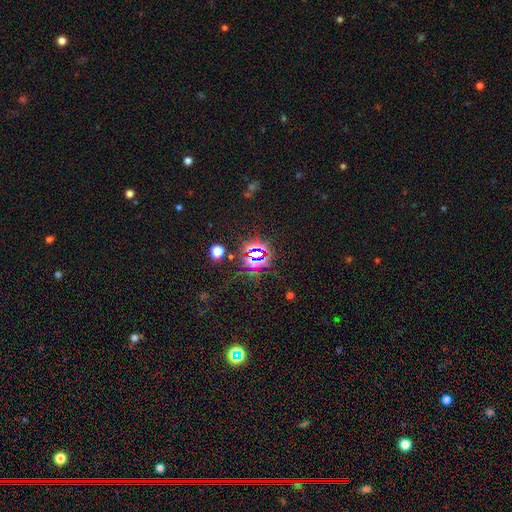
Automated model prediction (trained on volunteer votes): Smooth or featured: star or artifact — 78% (smooth — 13%)